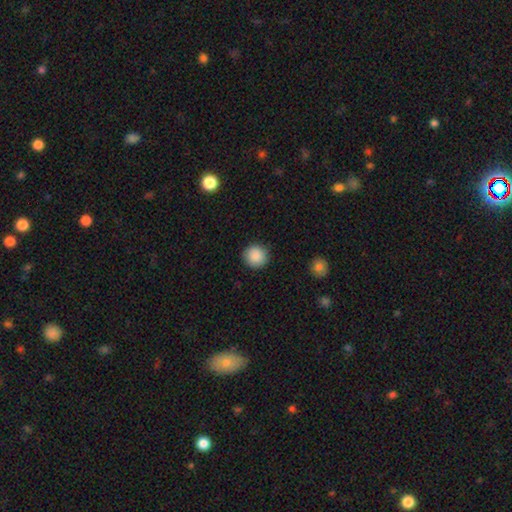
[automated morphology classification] Q: Smooth or featured?
A: smooth (89%); runner-up: star or artifact (8%)
Q: How rounded?
A: round (94%); runner-up: in between (5%)
Q: Merging?
A: none (91%); runner-up: minor disturbance (6%)